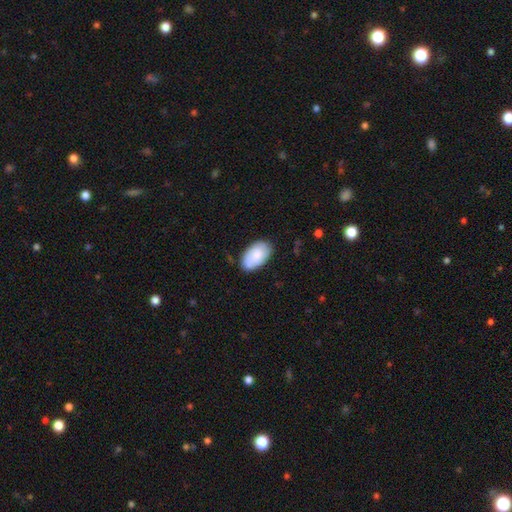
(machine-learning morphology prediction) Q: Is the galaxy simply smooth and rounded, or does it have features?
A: smooth — 76%.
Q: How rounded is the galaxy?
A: in between — 94%.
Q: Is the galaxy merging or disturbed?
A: none — 74%.